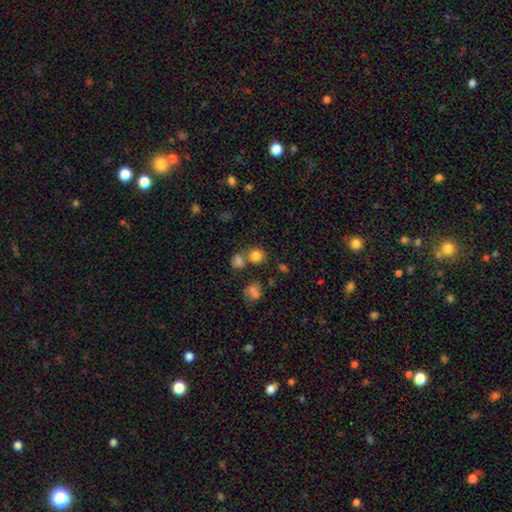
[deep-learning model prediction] smooth_or_featured: smooth (p=0.80) [alt: star or artifact p=0.13]
how_rounded: round (p=0.85) [alt: in between p=0.14]
merging: none (p=0.63) [alt: merger p=0.25]